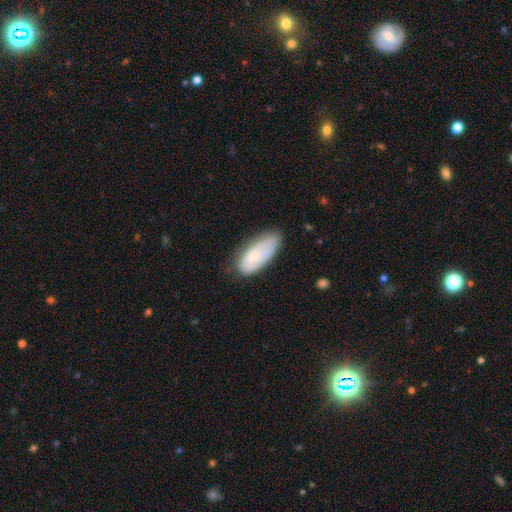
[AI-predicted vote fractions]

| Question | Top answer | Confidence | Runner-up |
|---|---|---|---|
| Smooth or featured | smooth | 74% | featured or disk (19%) |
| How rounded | in between | 84% | cigar-shaped (15%) |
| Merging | none | 60% | minor disturbance (31%) |